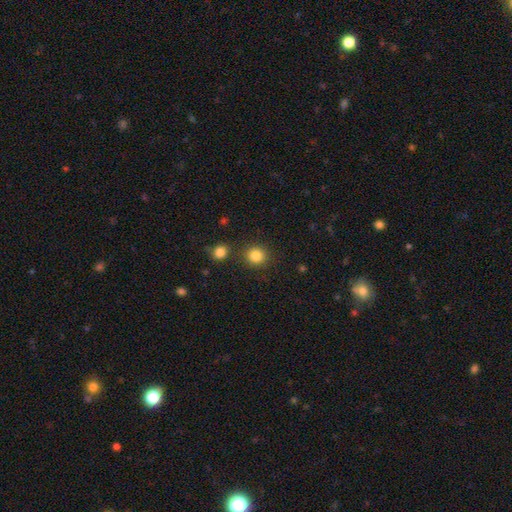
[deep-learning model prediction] Overall: smooth (84%). How rounded: round (89%). Merging: none (85%).